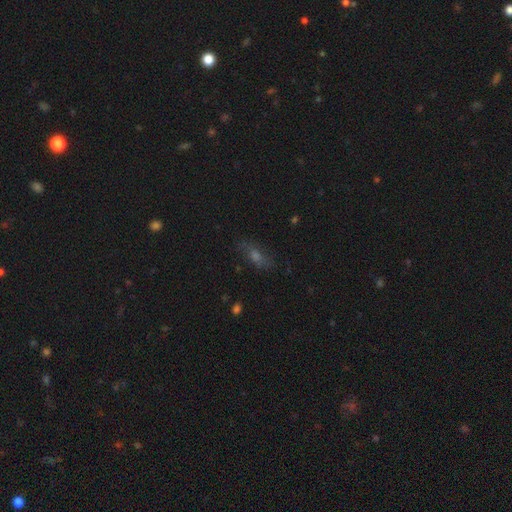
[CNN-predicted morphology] Smooth or featured: smooth — 39% (featured or disk — 35%)
Merging: none — 74% (minor disturbance — 16%)